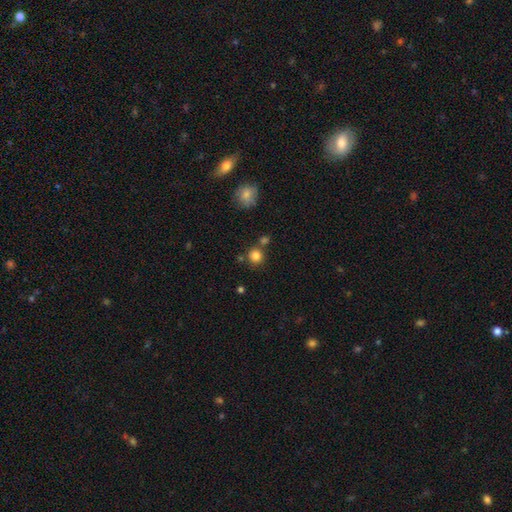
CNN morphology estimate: This is clearly a smooth galaxy (83%). How rounded: clearly round (91%). Merging: likely none (74%).